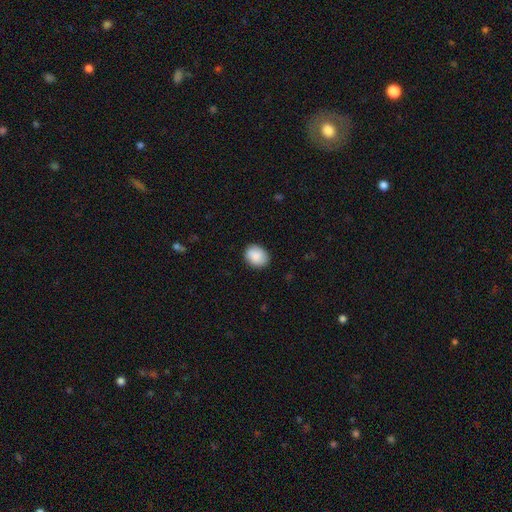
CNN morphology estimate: type=smooth (87%); roundness=in between (54%); merging=none (87%).